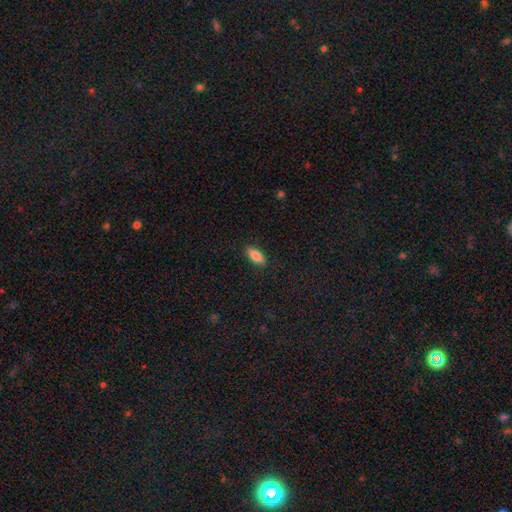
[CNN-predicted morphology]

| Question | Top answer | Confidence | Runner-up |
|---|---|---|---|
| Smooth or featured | smooth | 87% | star or artifact (7%) |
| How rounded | in between | 80% | cigar-shaped (18%) |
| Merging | none | 88% | minor disturbance (9%) |